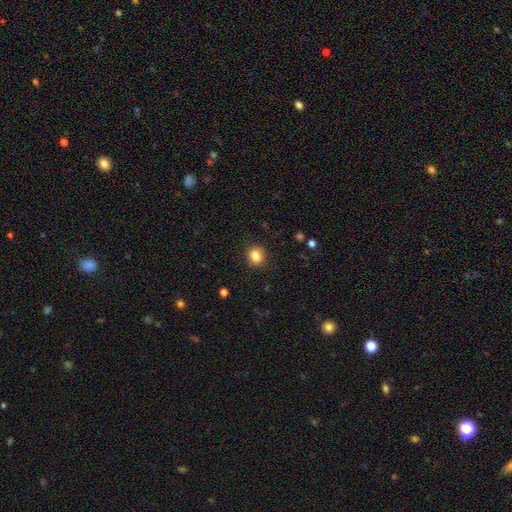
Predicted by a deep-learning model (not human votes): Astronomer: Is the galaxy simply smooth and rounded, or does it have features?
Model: smooth — 86%.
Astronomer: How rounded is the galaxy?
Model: round — 61% (runner-up: in between, 38%).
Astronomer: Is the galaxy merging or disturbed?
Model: none — 89%.